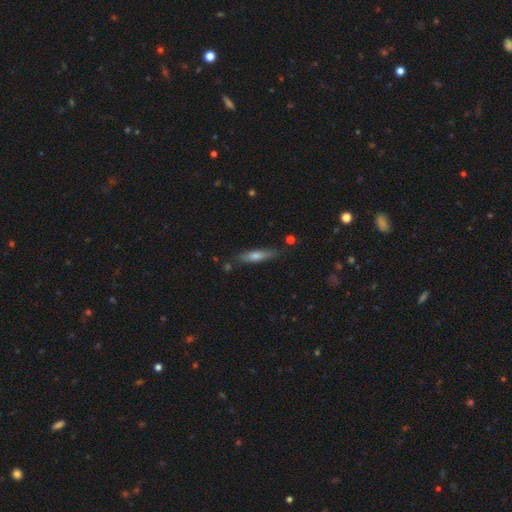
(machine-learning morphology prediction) A smooth galaxy with no disk features (55%) that is cigar-shaped (82%).

Vote fractions:
- Smooth or featured? smooth: 55% / featured or disk: 38% / star or artifact: 7%
- How rounded? cigar-shaped: 82% / in between: 16% / round: 2%
- Merging? none: 82% / minor disturbance: 13% / merger: 3% / major disturbance: 3%